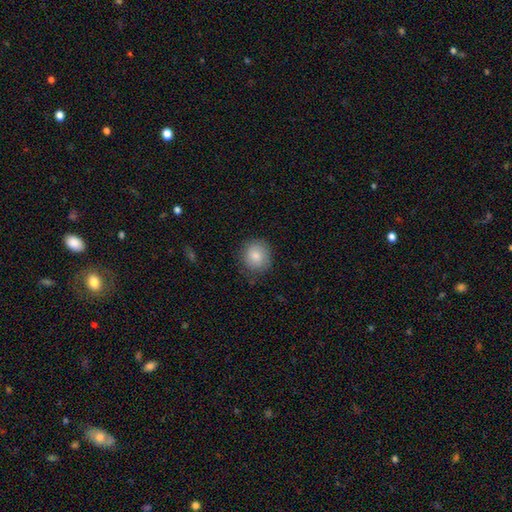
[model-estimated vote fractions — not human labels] smooth 84%, featured or disk 8%, star or artifact 8%. Down the decision tree: how rounded — round (88%); merging — none (81%).